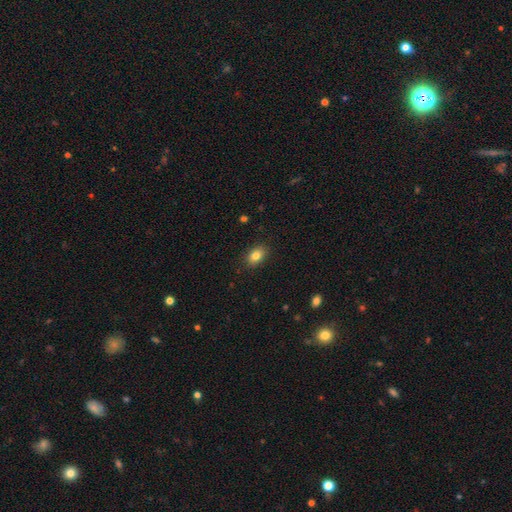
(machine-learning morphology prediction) A smooth galaxy with no disk features (82%) that is in between round and cigar-shaped (81%). Merging: none (88%).